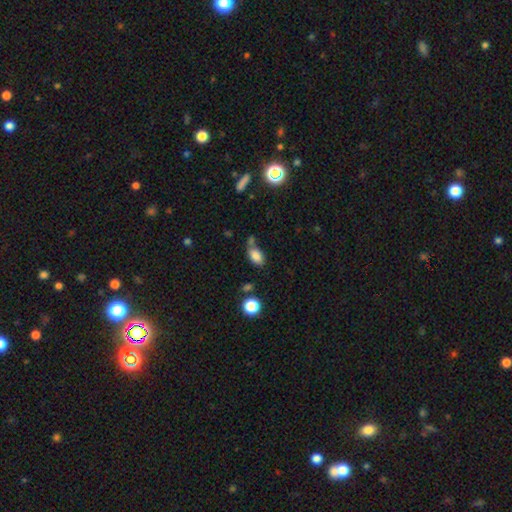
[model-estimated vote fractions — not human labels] Q: Smooth or featured?
A: smooth (82%); runner-up: star or artifact (10%)
Q: How rounded?
A: in between (89%); runner-up: round (9%)
Q: Merging?
A: none (57%); runner-up: merger (20%)